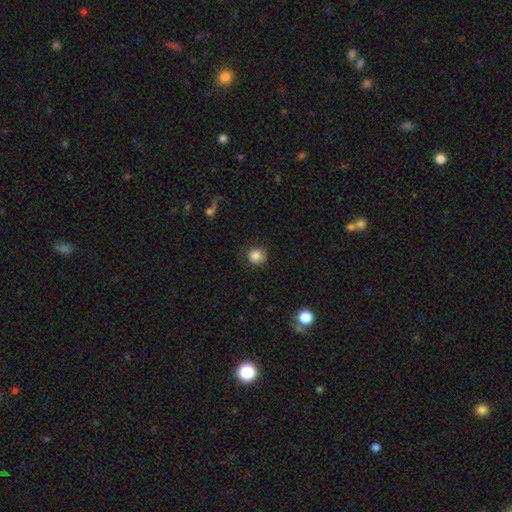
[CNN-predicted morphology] This is clearly a smooth galaxy (84%). How rounded: clearly round (87%). Merging: likely none (80%).